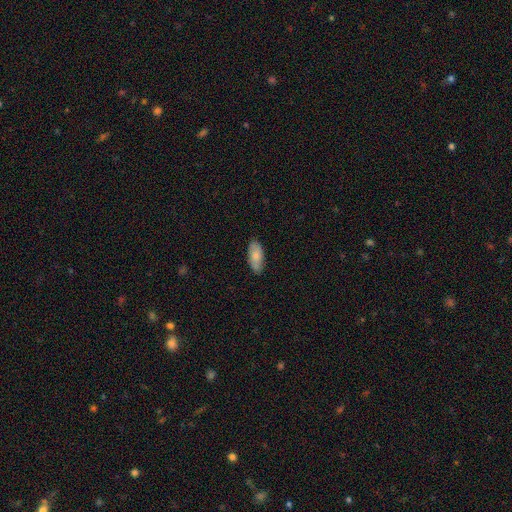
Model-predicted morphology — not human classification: smooth-or-featured: smooth: 80% | featured or disk: 15% | star or artifact: 6%
  how-rounded: in between: 88% | cigar-shaped: 10% | round: 2%
  merging: none: 83% | minor disturbance: 14% | major disturbance: 2% | merger: 1%